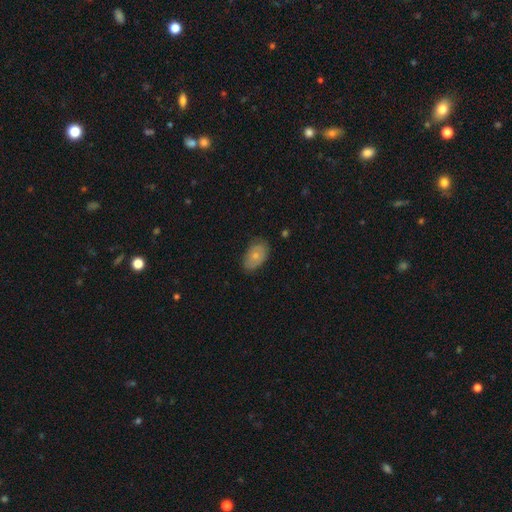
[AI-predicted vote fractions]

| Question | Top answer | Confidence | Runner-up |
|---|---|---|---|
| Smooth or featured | smooth | 69% | featured or disk (25%) |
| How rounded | in between | 88% | round (10%) |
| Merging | none | 68% | minor disturbance (25%) |